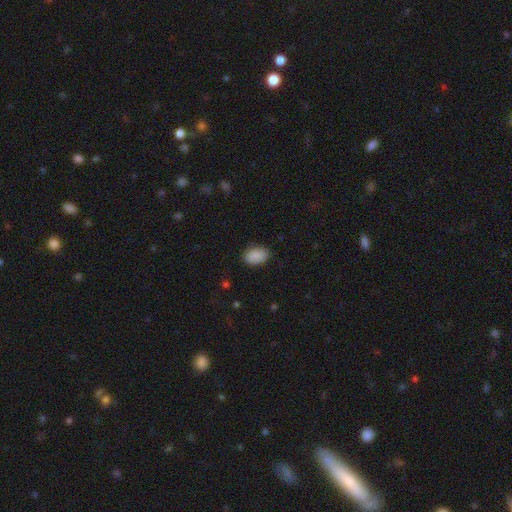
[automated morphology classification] A smooth galaxy with no disk features (89%) that is in between round and cigar-shaped (88%). Merging: none (84%).